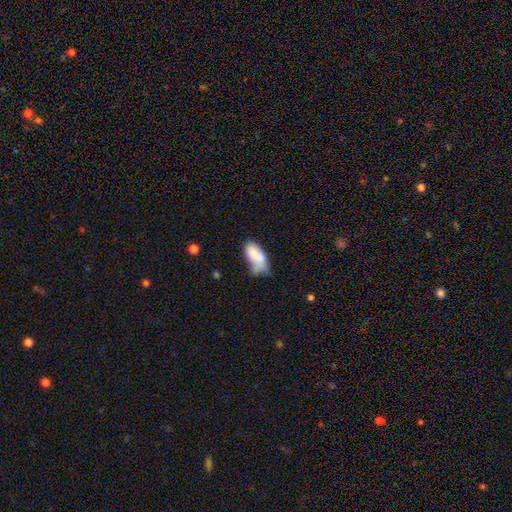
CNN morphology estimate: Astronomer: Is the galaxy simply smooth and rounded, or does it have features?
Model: smooth — 79%.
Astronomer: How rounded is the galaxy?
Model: in between — 91%.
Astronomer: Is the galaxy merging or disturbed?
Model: minor disturbance — 35% (runner-up: none, 27%).